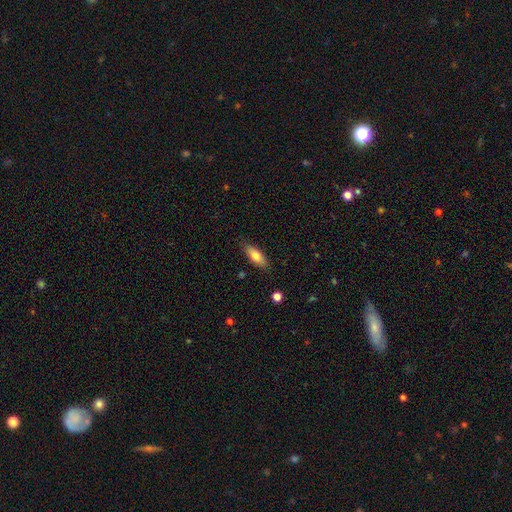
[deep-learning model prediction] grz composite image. It shows a smooth galaxy with no disk features (75%) that is in between round and cigar-shaped (72%). Merging: none (84%).